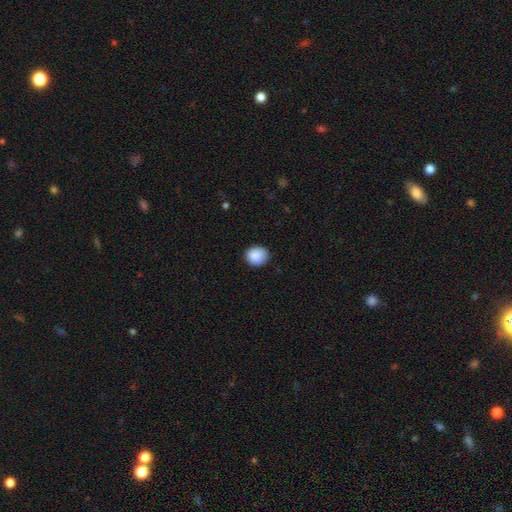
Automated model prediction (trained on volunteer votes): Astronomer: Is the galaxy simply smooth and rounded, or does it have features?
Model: smooth — 89%.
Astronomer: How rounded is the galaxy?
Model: round — 77%.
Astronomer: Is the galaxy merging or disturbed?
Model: none — 84%.